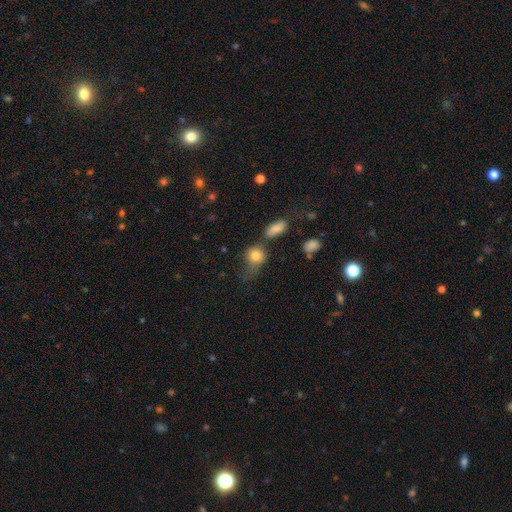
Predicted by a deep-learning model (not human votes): Overall: smooth (80%). How rounded: round (69%; in between 30%). Merging: none (41%; minor disturbance 25%).